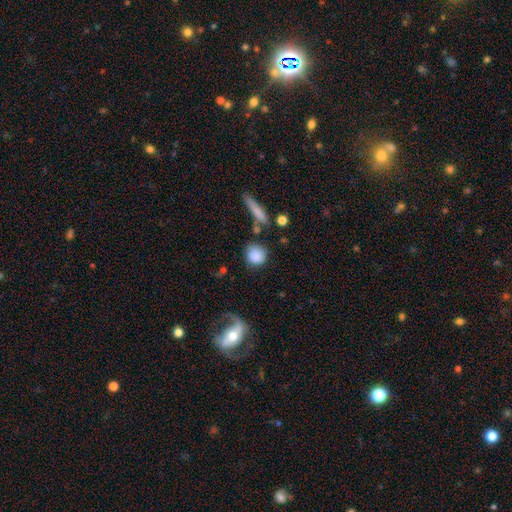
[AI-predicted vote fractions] A smooth galaxy with no disk features (84%) that is round (85%). Merging: none (69%).